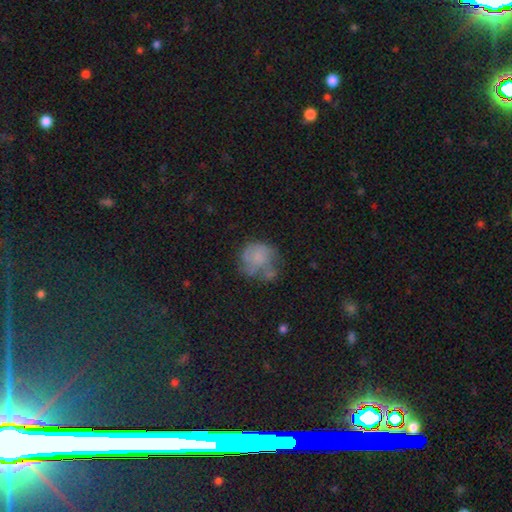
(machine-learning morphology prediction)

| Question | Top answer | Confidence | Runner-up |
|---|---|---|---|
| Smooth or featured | smooth | 49% | featured or disk (39%) |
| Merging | none | 46% | minor disturbance (26%) |